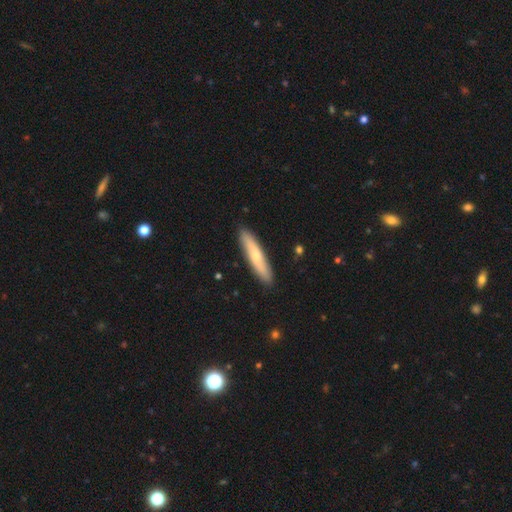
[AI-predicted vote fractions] Q: Smooth or featured?
A: smooth (61%); runner-up: featured or disk (33%)
Q: How rounded?
A: cigar-shaped (89%); runner-up: in between (10%)
Q: Merging?
A: none (89%); runner-up: minor disturbance (8%)